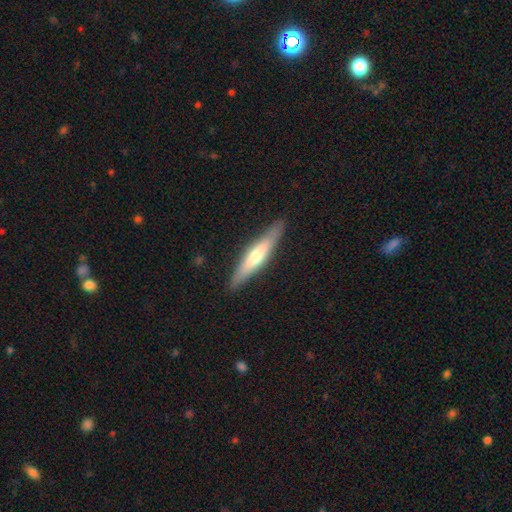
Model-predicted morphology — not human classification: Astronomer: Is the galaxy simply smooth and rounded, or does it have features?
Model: featured or disk — 48% (runner-up: smooth, 46%).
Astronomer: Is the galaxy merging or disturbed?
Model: none — 89%.